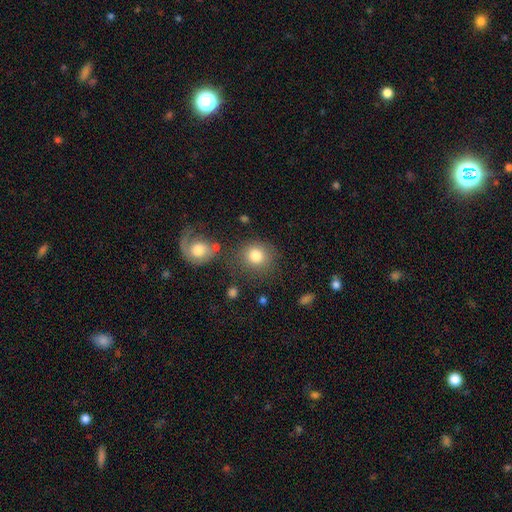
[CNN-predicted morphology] The model was most divided on "merging": none: 72%, minor disturbance: 12%, merger: 10%, major disturbance: 6%. More confident: how rounded — round (84%); smooth or featured — smooth (82%).